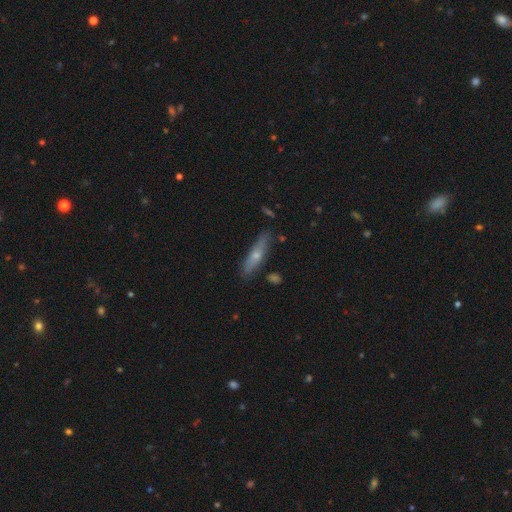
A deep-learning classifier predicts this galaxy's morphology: This appears to be a smooth galaxy with no disk features (52%) that is cigar-shaped (78%). Merging: none (80%).